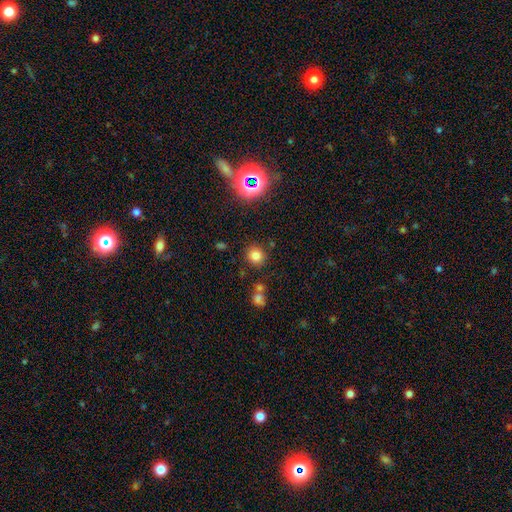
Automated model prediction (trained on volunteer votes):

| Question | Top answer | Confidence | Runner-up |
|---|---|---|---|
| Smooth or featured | smooth | 77% | star or artifact (17%) |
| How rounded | round | 89% | in between (11%) |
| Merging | none | 83% | minor disturbance (8%) |